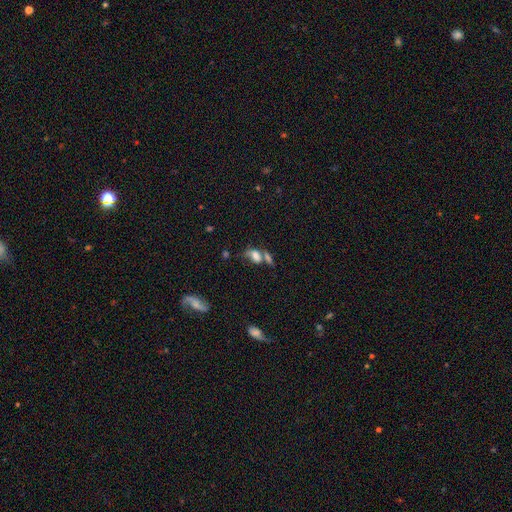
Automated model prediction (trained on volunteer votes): Smooth or featured? Predicted: smooth (p=0.62). How rounded? Predicted: in between (p=0.78). Merging? Predicted: merger (p=0.44).